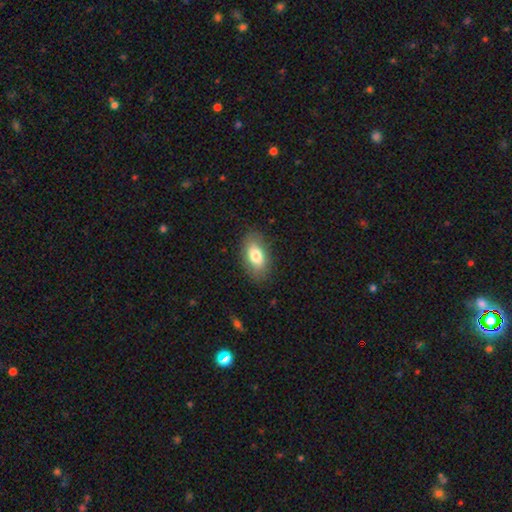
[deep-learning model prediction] Overall: smooth (77%). How rounded: in between (91%). Merging: none (83%).